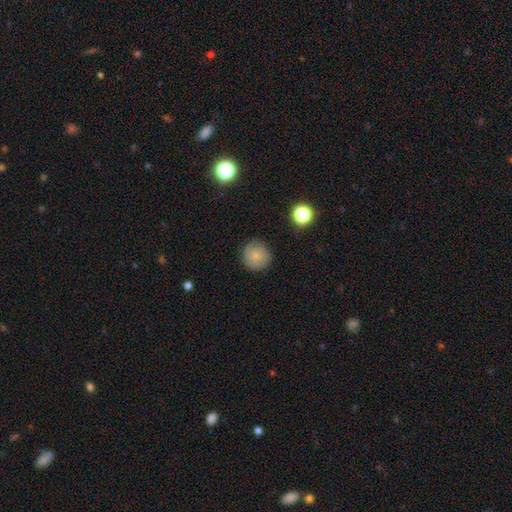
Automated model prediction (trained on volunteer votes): A smooth galaxy with no disk features (74%) that is round (93%).

Vote fractions:
- Smooth or featured? smooth: 74% / featured or disk: 15% / star or artifact: 10%
- How rounded? round: 93% / in between: 6% / cigar-shaped: 1%
- Merging? none: 83% / minor disturbance: 12% / major disturbance: 3% / merger: 1%